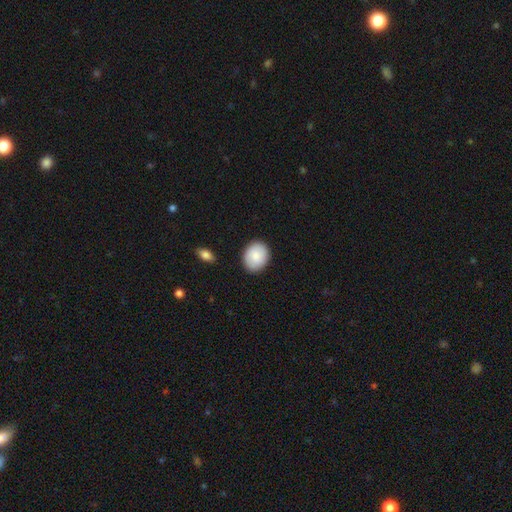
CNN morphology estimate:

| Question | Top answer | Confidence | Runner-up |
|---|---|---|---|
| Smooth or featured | smooth | 87% | featured or disk (7%) |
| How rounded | round | 50% | in between (49%) |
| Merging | none | 88% | minor disturbance (9%) |